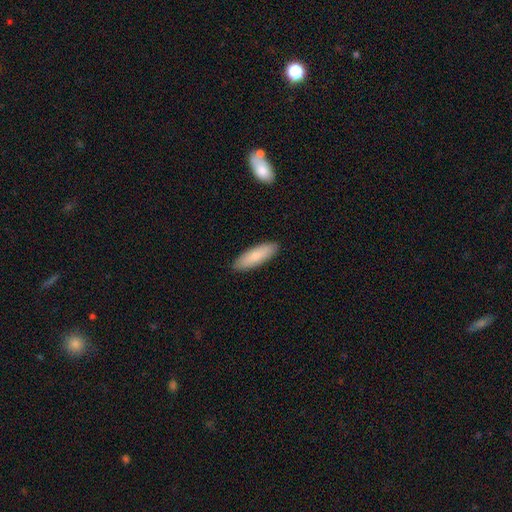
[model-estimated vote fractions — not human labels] smooth-or-featured: smooth: 80% | featured or disk: 14% | star or artifact: 5%
  how-rounded: in between: 53% | cigar-shaped: 45% | round: 2%
  merging: none: 89% | minor disturbance: 8% | major disturbance: 2% | merger: 1%